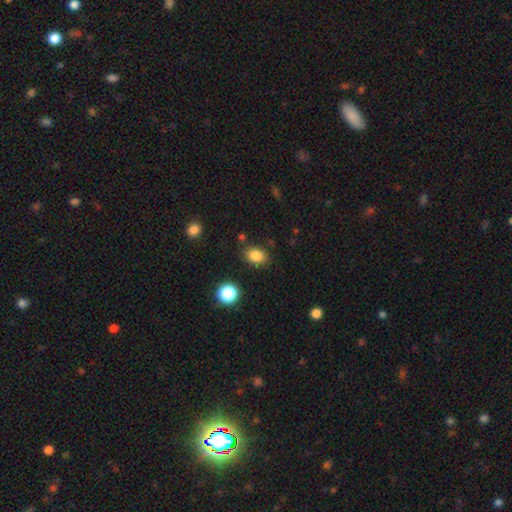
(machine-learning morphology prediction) A smooth galaxy with no disk features (84%) that is in between round and cigar-shaped (72%).

Vote fractions:
- Smooth or featured? smooth: 84% / star or artifact: 11% / featured or disk: 6%
- How rounded? in between: 72% / round: 27% / cigar-shaped: 1%
- Merging? none: 82% / minor disturbance: 11% / merger: 3% / major disturbance: 3%